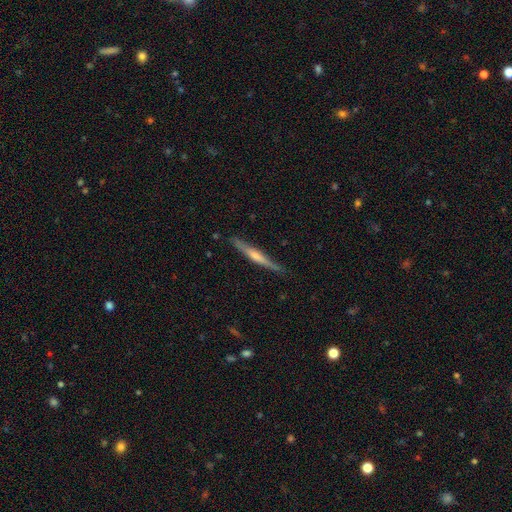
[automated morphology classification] This is likely a featured or disk galaxy (69%). It is clearly viewed edge-on (97%). Edge-on bulge: likely rounded (73%). Merging: clearly none (87%).